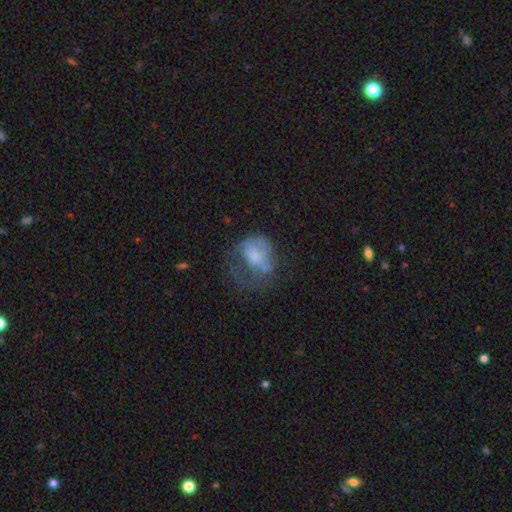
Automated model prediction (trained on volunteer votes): This is possibly a smooth galaxy (46%). Merging: possibly major disturbance (47%).